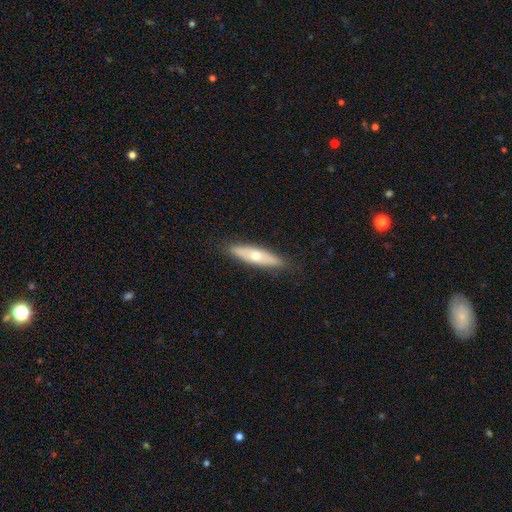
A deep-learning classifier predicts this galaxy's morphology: Smooth or featured? smooth (52%)
How rounded? cigar-shaped (70%)
Merging? none (87%)